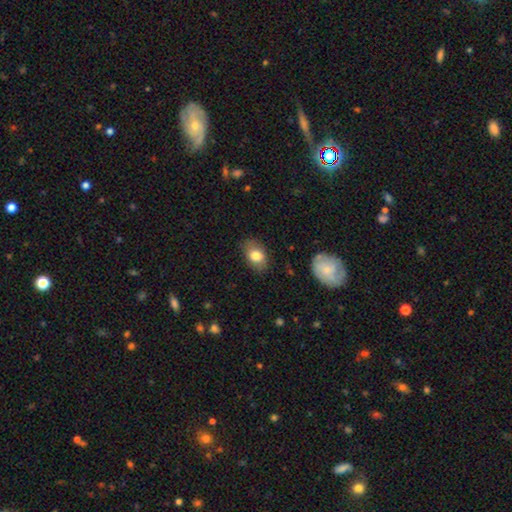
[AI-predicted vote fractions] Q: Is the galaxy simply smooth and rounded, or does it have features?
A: smooth — 77%.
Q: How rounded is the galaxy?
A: in between — 83%.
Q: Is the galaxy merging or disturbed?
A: none — 79%.